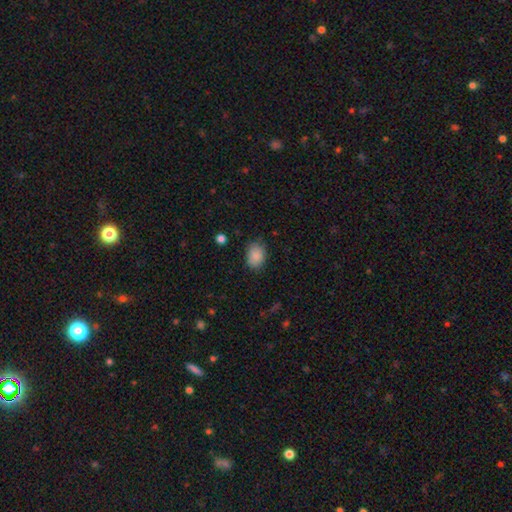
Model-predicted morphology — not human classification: The model was most divided on "how rounded": in between: 74%, round: 25%, cigar-shaped: 1%. More confident: smooth or featured — smooth (87%); merging — none (79%).